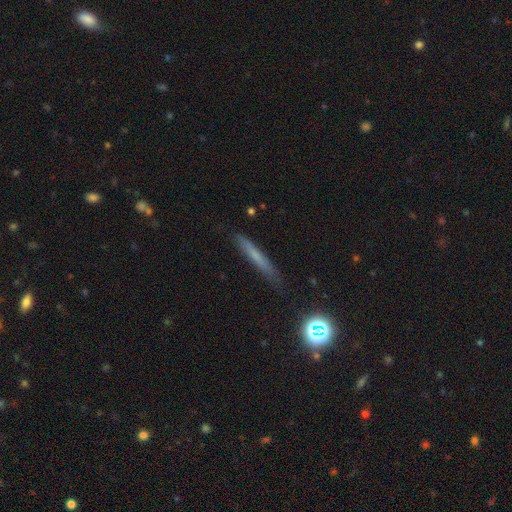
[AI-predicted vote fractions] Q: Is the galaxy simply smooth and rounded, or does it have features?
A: smooth — 56%.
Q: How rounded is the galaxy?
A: cigar-shaped — 93%.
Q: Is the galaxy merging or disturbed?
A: none — 83%.